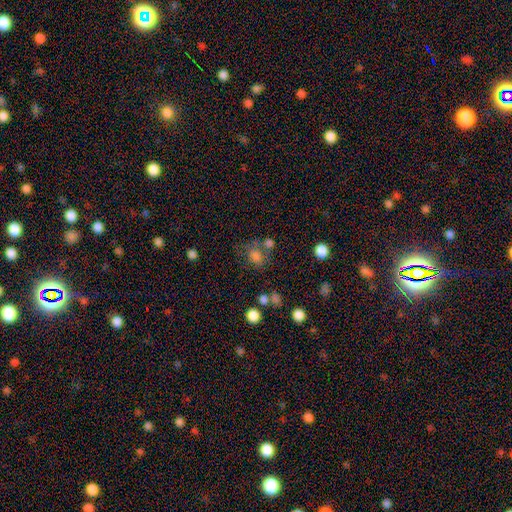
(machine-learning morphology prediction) This appears to be a smooth galaxy with no disk features (71%) that is round (53%). Merging: none (54%).